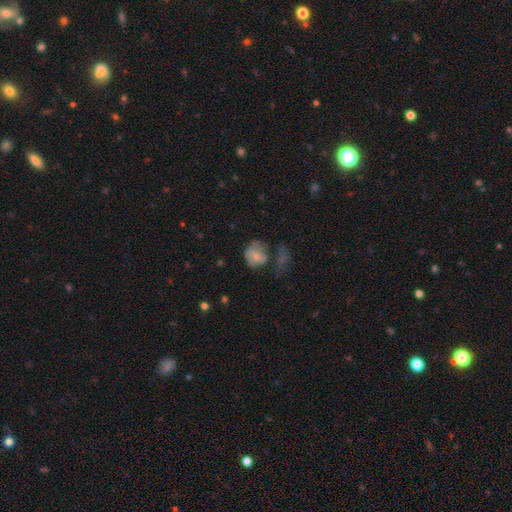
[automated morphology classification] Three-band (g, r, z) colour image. It shows a smooth galaxy with no disk features (56%) that is round (60%). Merging: none (32%).